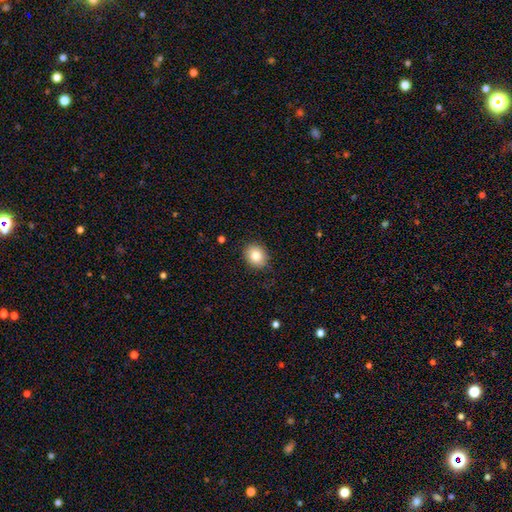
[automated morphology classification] smooth-or-featured: smooth: 83% | star or artifact: 9% | featured or disk: 8%
  how-rounded: round: 60% | in between: 39% | cigar-shaped: 1%
  merging: none: 87% | minor disturbance: 9% | major disturbance: 2% | merger: 1%